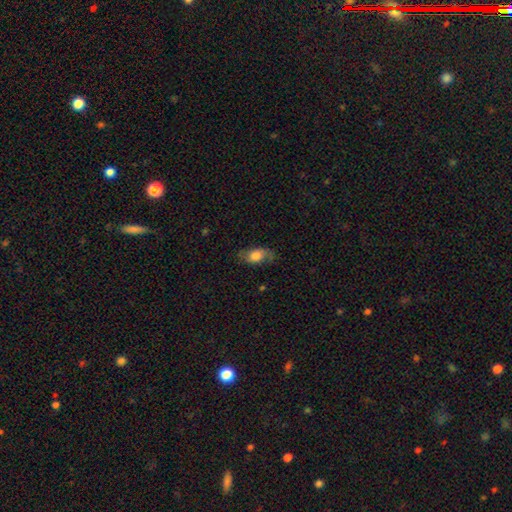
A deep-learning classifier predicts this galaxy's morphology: Smooth or featured? smooth (70%)
How rounded? in between (86%)
Merging? none (67%)